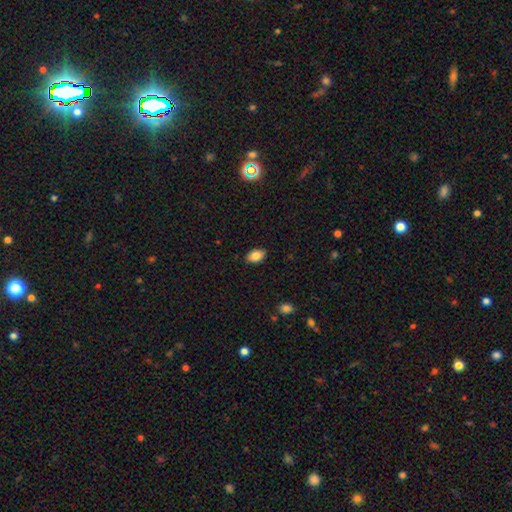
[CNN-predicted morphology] This appears to be a smooth galaxy with no disk features (85%) that is in between round and cigar-shaped (90%). Merging: none (87%).